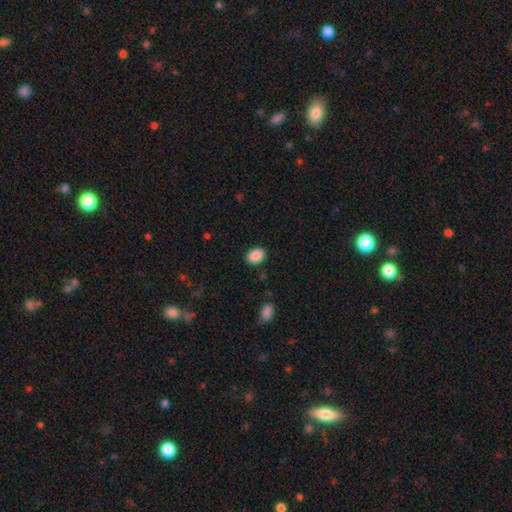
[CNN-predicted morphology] This appears to be a smooth galaxy with no disk features (89%) that is in between round and cigar-shaped (59%). Merging: none (88%).